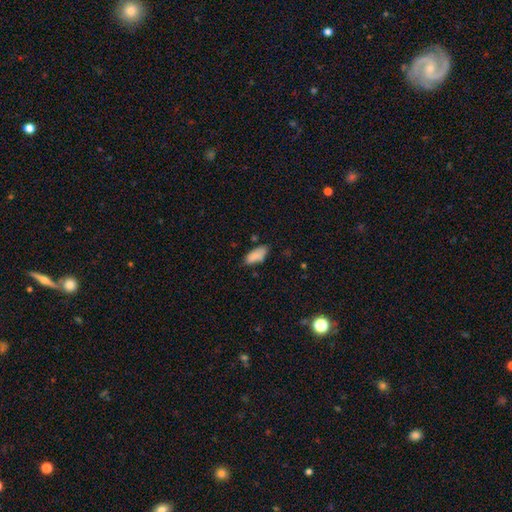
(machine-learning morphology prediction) Overall: smooth (86%). How rounded: in between (88%). Merging: none (68%).